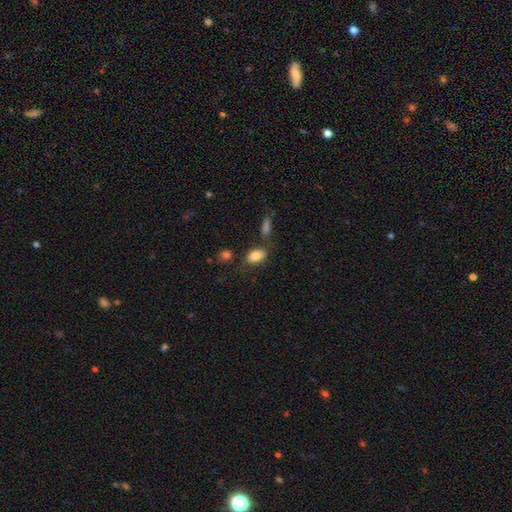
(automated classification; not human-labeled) This is clearly a smooth galaxy (81%). How rounded: clearly in between (86%). Merging: likely none (68%).